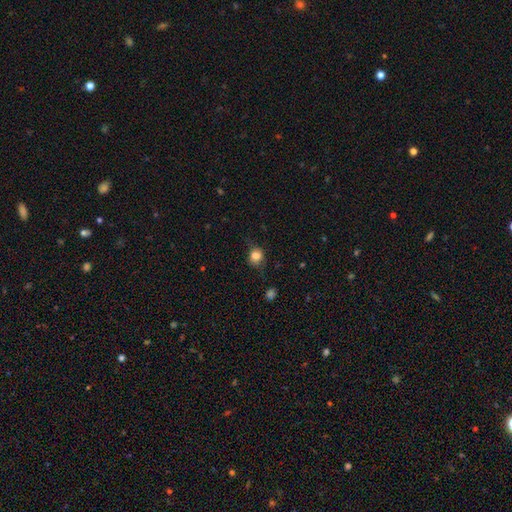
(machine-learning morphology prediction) Smooth or featured? smooth (80%)
How rounded? round (76%)
Merging? none (69%)